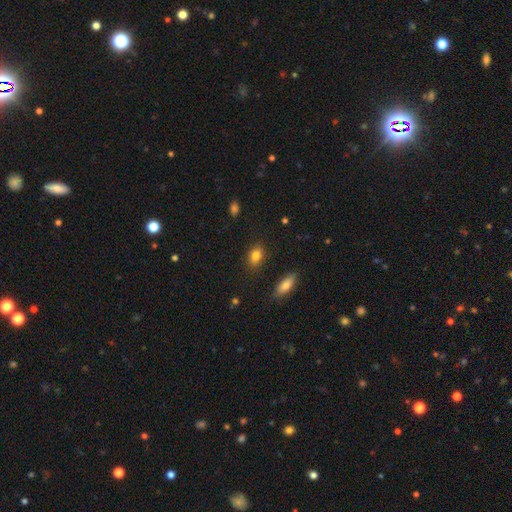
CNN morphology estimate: Q: Smooth or featured?
A: smooth (83%); runner-up: star or artifact (9%)
Q: How rounded?
A: in between (76%); runner-up: round (22%)
Q: Merging?
A: none (85%); runner-up: minor disturbance (10%)